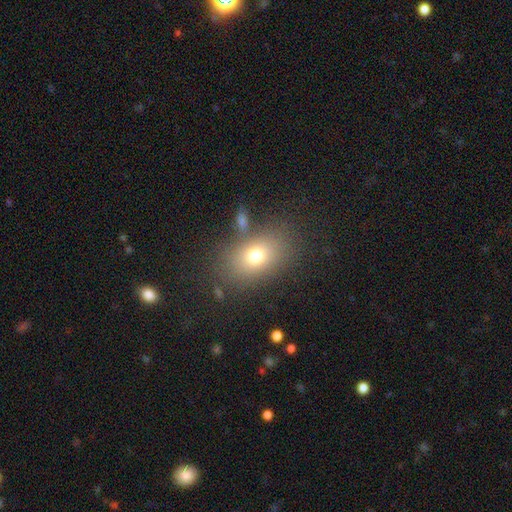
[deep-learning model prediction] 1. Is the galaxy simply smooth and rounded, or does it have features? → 73% smooth, 14% featured or disk, 13% star or artifact.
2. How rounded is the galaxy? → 76% in between, 22% round, 2% cigar-shaped.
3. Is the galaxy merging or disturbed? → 76% none, 12% minor disturbance, 7% merger, 6% major disturbance.